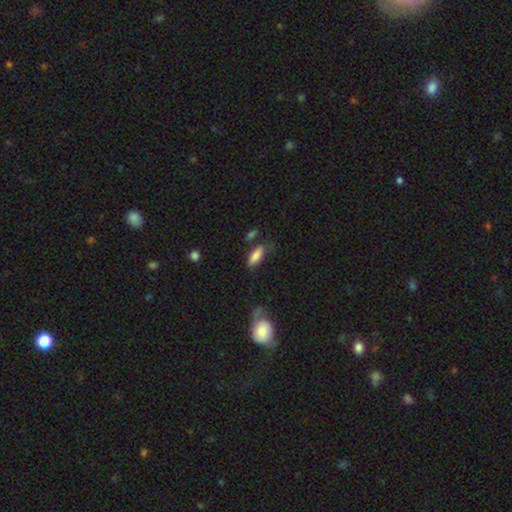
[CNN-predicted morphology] This is clearly a smooth galaxy (82%). How rounded: likely in between (78%). Merging: possibly none (59%).